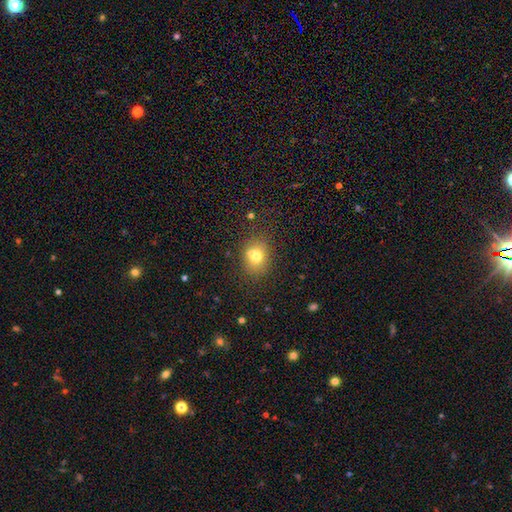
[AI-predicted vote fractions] This is likely a smooth galaxy (70%). How rounded: possibly round (57%). Merging: possibly none (55%).